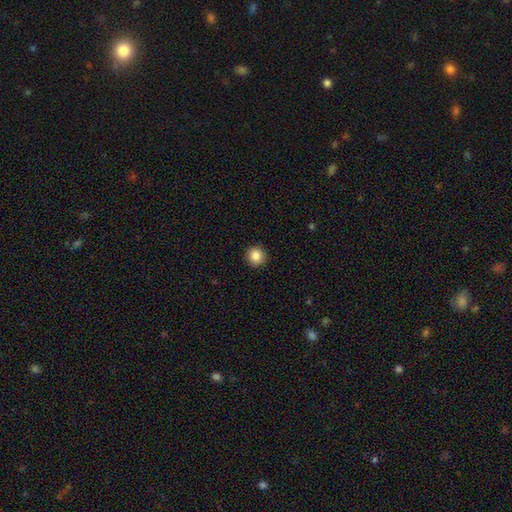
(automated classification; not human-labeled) Q: Smooth or featured?
A: smooth (86%); runner-up: star or artifact (9%)
Q: How rounded?
A: round (95%); runner-up: in between (4%)
Q: Merging?
A: none (93%); runner-up: minor disturbance (4%)